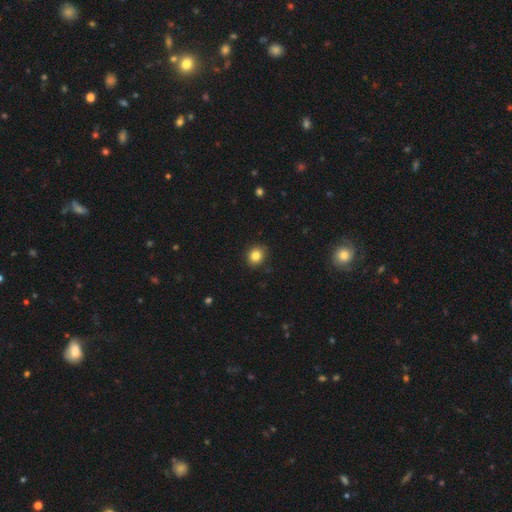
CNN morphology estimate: Q: Smooth or featured?
A: smooth (83%); runner-up: star or artifact (11%)
Q: How rounded?
A: round (78%); runner-up: in between (21%)
Q: Merging?
A: none (89%); runner-up: minor disturbance (8%)